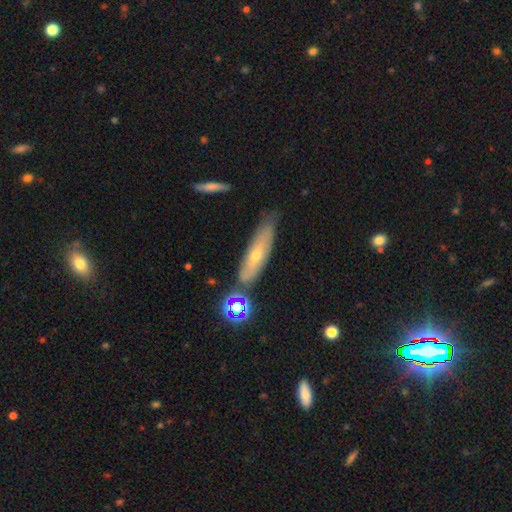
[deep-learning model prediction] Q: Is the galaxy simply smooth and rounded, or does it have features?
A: smooth — 46%.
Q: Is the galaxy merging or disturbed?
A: none — 67%.